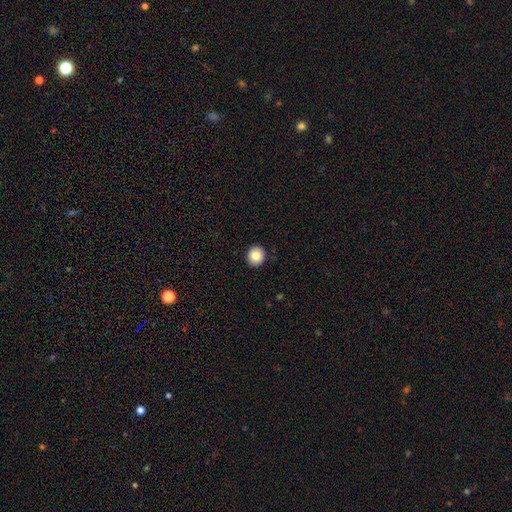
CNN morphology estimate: Smooth or featured? Predicted: smooth (p=0.87). How rounded? Predicted: round (p=0.89). Merging? Predicted: none (p=0.92).